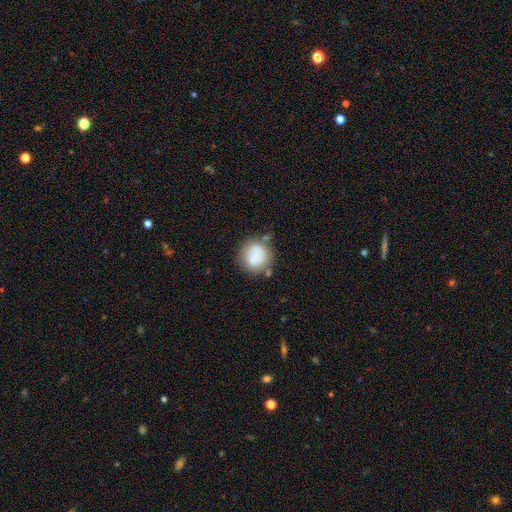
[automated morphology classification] Smooth or featured?
  - smooth: 72% *
  - featured or disk: 19%
  - star or artifact: 8%
How rounded?
  - round: 86% *
  - in between: 13%
  - cigar-shaped: 1%
Merging?
  - none: 59% *
  - minor disturbance: 19%
  - merger: 13%
  - major disturbance: 9%